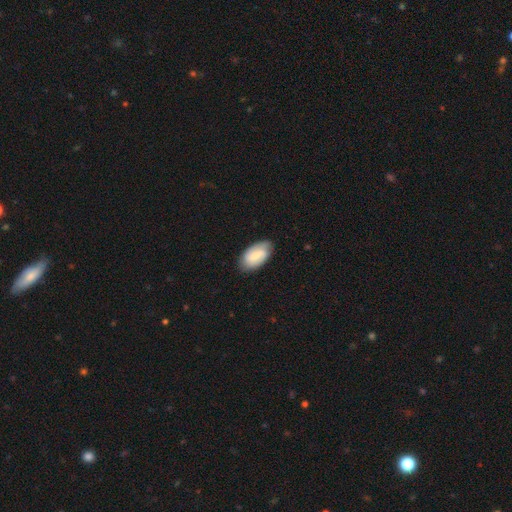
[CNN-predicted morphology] smooth-or-featured: smooth: 52% | featured or disk: 42% | star or artifact: 6%
  how-rounded: in between: 94% | round: 4% | cigar-shaped: 3%
  merging: none: 80% | minor disturbance: 16% | major disturbance: 3% | merger: 1%